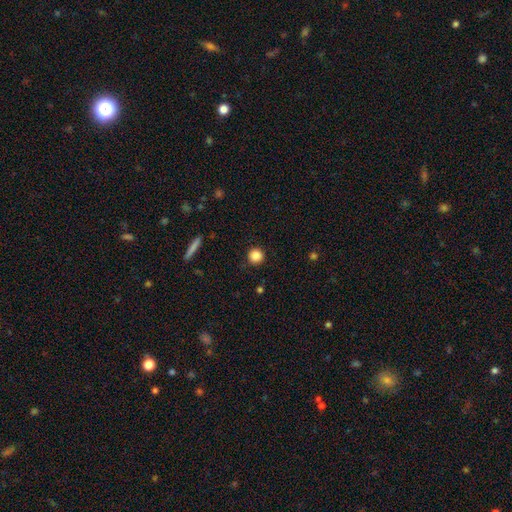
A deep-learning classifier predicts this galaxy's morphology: This is clearly a smooth galaxy (87%). How rounded: clearly round (94%). Merging: clearly none (89%).